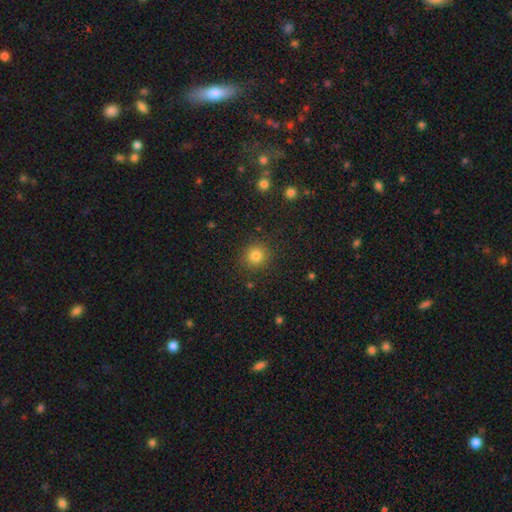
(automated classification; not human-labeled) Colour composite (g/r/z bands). It shows a smooth galaxy with no disk features (82%) that is round (90%). Merging: none (89%).